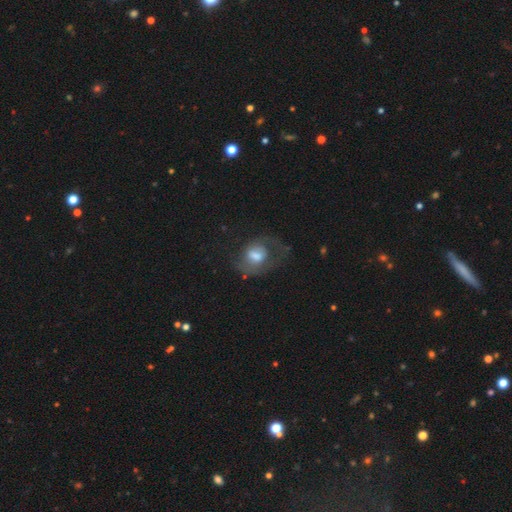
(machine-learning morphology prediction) A featured or disk galaxy (53%) with no bar (50%), spiral arms (64%) and a moderate central bulge (48%). Merging: none (42%).